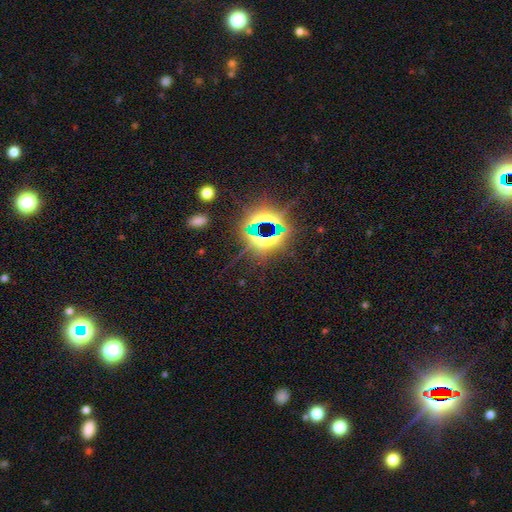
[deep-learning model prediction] A star or artifact, not a galaxy (79%).

Vote fractions:
- Smooth or featured? star or artifact: 79% / smooth: 13% / featured or disk: 8%